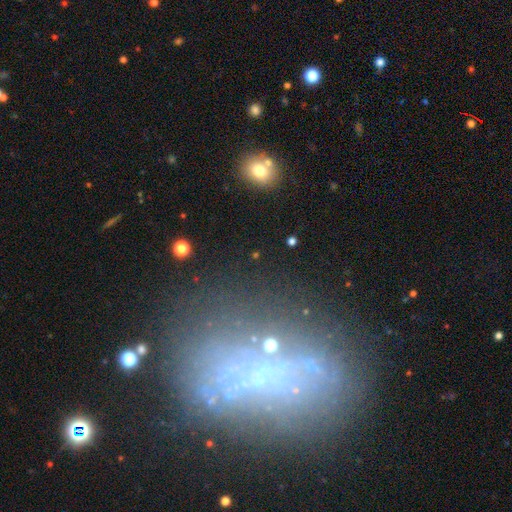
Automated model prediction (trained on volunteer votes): Morphology: type=smooth (44%); merging=none (79%).